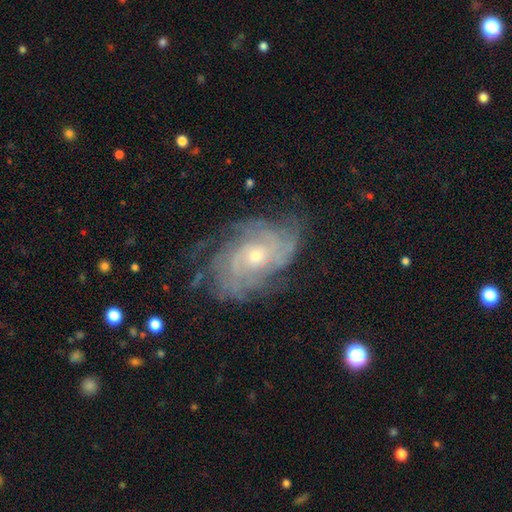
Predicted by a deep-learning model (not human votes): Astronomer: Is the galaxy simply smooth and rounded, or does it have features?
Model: featured or disk — 86%.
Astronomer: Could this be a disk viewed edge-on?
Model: no — 96%.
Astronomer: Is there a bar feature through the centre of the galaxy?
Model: no — 75%.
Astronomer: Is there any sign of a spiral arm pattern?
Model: yes — 95%.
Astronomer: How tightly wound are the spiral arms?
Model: tight — 64%.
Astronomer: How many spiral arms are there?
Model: can't tell — 39% (runner-up: 2, 17%).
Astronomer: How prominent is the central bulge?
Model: small — 60% (runner-up: moderate, 36%).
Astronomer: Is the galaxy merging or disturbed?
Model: none — 66%.